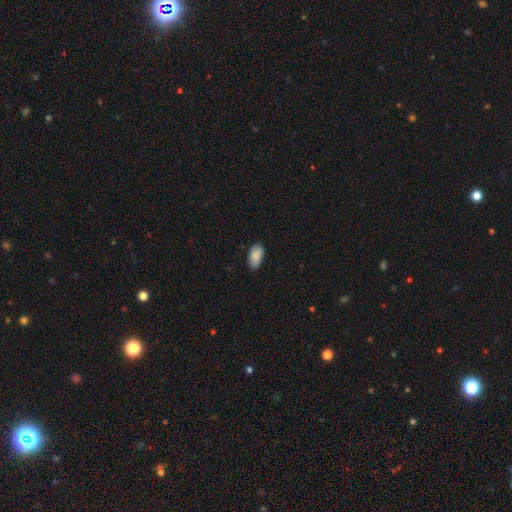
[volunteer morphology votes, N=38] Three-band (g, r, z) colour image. It shows a smooth galaxy with no disk features (92%) that is in between round and cigar-shaped (100%). Merging: none (78%).